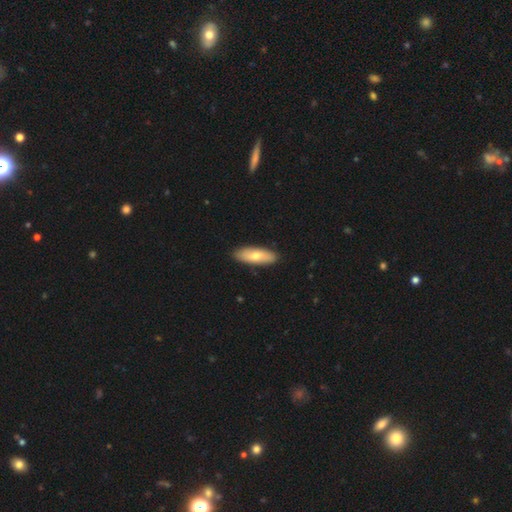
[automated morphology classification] smooth_or_featured: smooth (p=0.70) [alt: featured or disk p=0.25]
how_rounded: in between (p=0.60) [alt: cigar-shaped p=0.37]
merging: none (p=0.90) [alt: minor disturbance p=0.07]